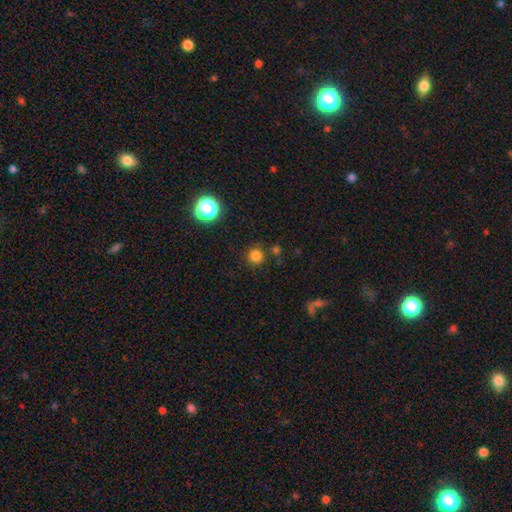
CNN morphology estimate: smooth 80%, star or artifact 16%, featured or disk 4%. Down the decision tree: how rounded — round (94%); merging — none (86%).